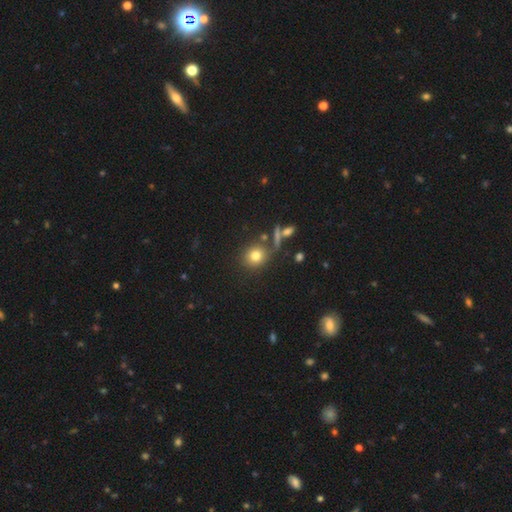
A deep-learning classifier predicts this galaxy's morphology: type=smooth (77%); roundness=round (83%); merging=none (72%).